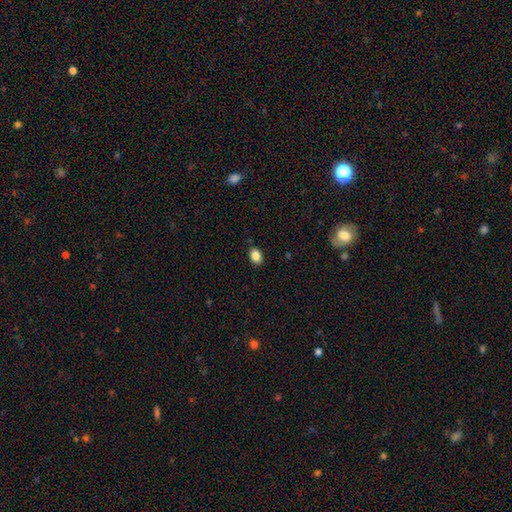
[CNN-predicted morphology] smooth 86%, star or artifact 9%, featured or disk 5%. Down the decision tree: how rounded — in between (78%); merging — none (86%).